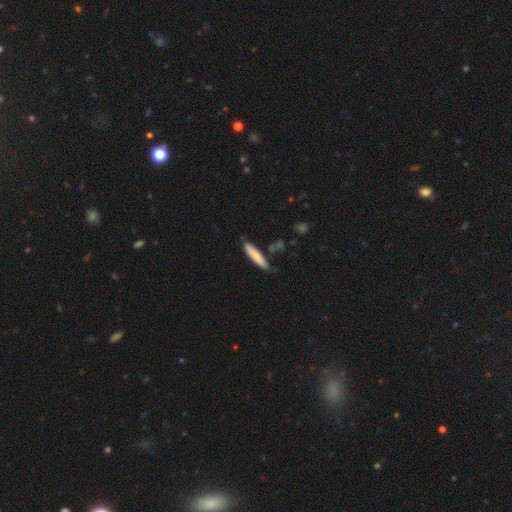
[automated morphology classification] smooth 78%, featured or disk 16%, star or artifact 6%. Down the decision tree: how rounded — cigar-shaped (80%); merging — none (75%).